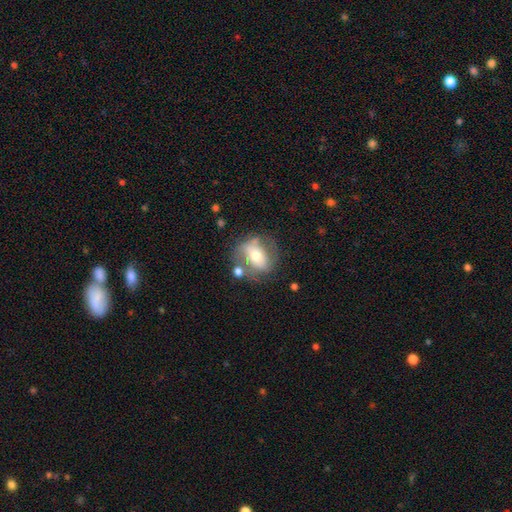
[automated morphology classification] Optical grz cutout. It shows a featured or disk galaxy (47%). Merging: none (52%).